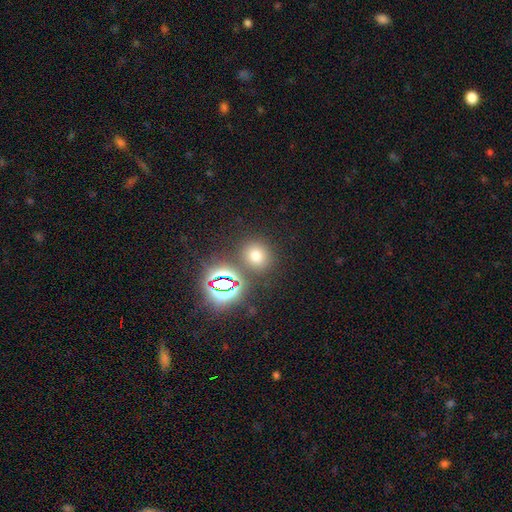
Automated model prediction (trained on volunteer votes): The model was most divided on "smooth or featured": smooth: 66%, star or artifact: 27%, featured or disk: 8%. More confident: how rounded — round (80%); merging — none (80%).